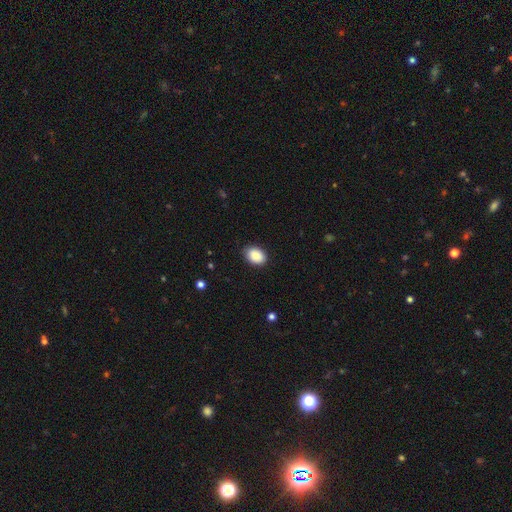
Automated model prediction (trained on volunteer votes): The model was most divided on "how rounded": in between: 79%, round: 20%, cigar-shaped: 1%. More confident: smooth or featured — smooth (90%); merging — none (86%).